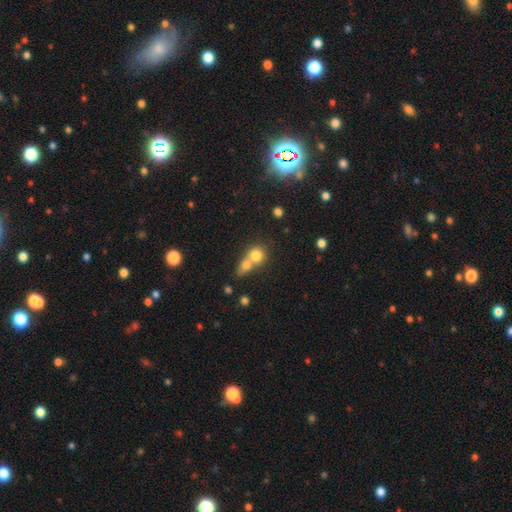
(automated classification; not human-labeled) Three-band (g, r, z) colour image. It shows a smooth galaxy with no disk features (76%) that is round (73%). Merging: merger (63%).